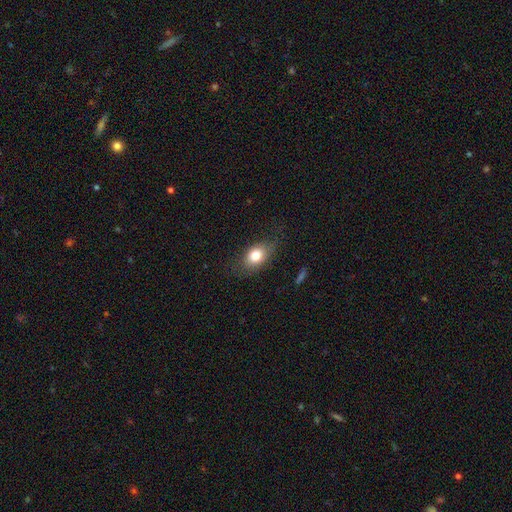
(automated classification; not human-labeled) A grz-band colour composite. It shows a smooth galaxy with no disk features (76%) that is in between round and cigar-shaped (74%). Merging: none (66%).